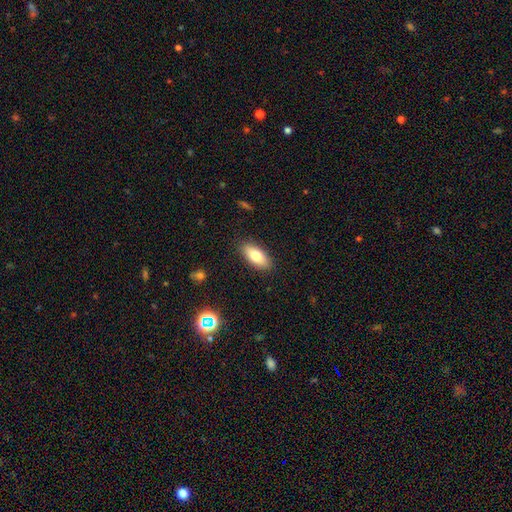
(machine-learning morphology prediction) This appears to be a smooth galaxy with no disk features (79%) that is in between round and cigar-shaped (85%). Merging: none (88%).